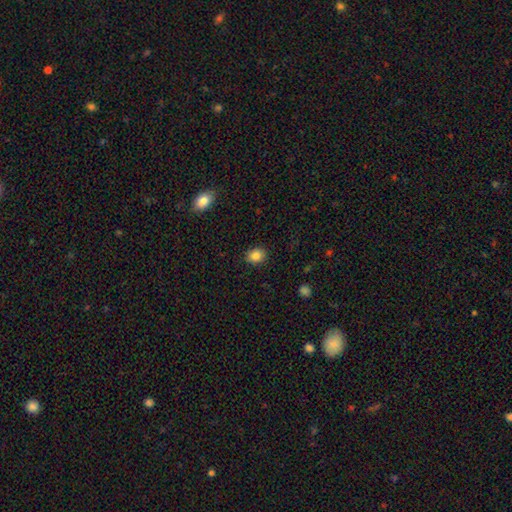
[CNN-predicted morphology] Q: Smooth or featured?
A: smooth (84%); runner-up: star or artifact (10%)
Q: How rounded?
A: round (60%); runner-up: in between (39%)
Q: Merging?
A: none (89%); runner-up: minor disturbance (8%)